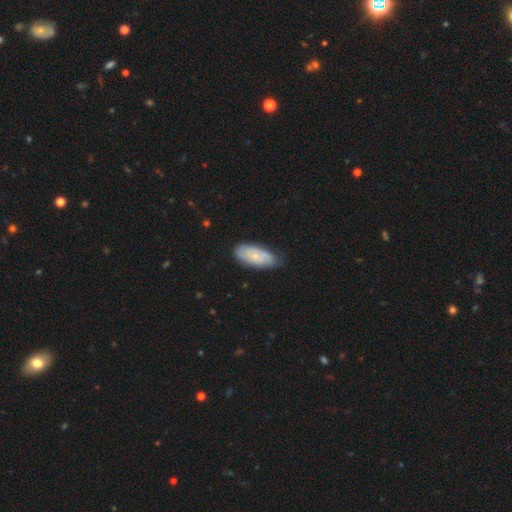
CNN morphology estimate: type=smooth (49%); merging=none (71%).